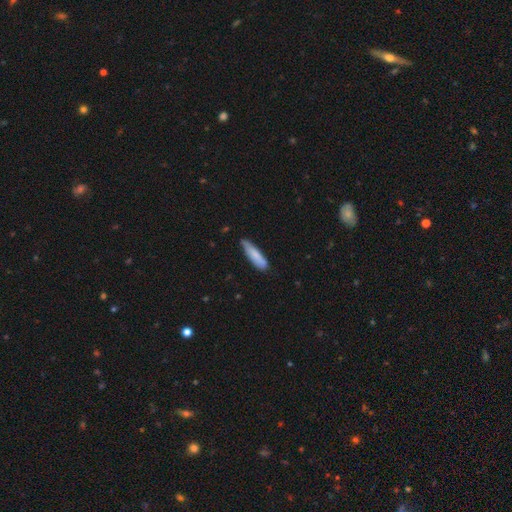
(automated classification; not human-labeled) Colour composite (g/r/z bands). It shows a smooth galaxy with no disk features (80%) that is cigar-shaped (74%). Merging: none (66%).